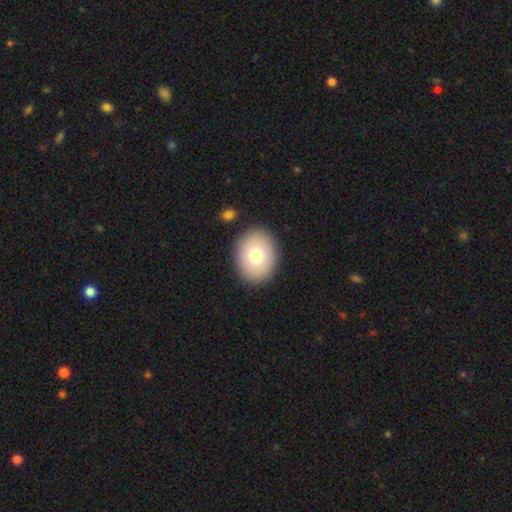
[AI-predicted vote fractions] The model was most divided on "how rounded": round: 53%, in between: 46%, cigar-shaped: 1%. More confident: merging — none (89%); smooth or featured — smooth (75%).